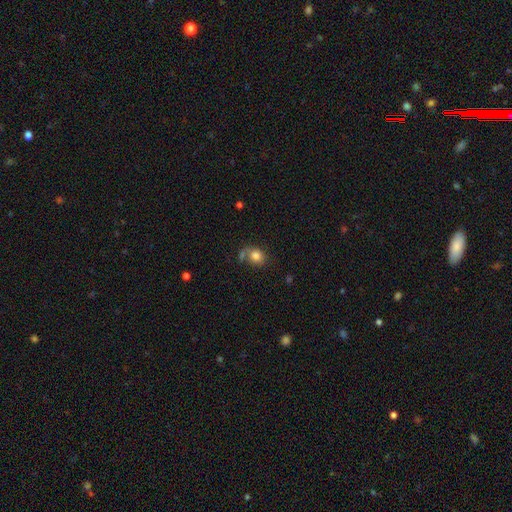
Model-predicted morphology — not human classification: Q: Smooth or featured?
A: smooth (80%); runner-up: featured or disk (10%)
Q: How rounded?
A: round (56%); runner-up: in between (43%)
Q: Merging?
A: none (50%); runner-up: merger (20%)